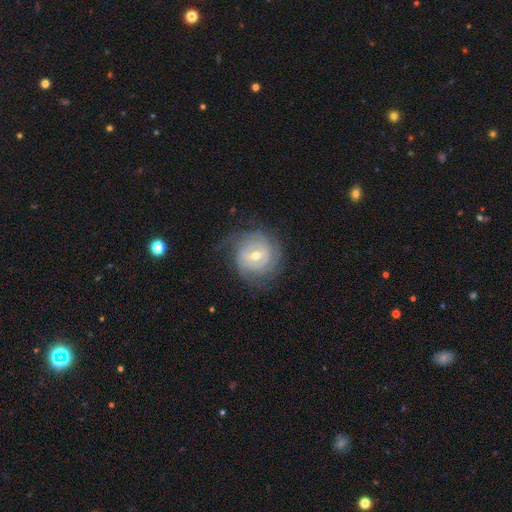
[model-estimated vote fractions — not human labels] Smooth or featured: featured or disk — 84% (smooth — 10%)
Edge-on disk: no — 97% (yes — 3%)
Bar: weak — 53% (no — 24%)
Spiral arms: yes — 94% (no — 6%)
Spiral winding: tight — 78% (medium — 17%)
Spiral arm count: can't tell — 37% (2 — 23%)
Bulge size: moderate — 63% (small — 33%)
Merging: none — 74% (minor disturbance — 16%)